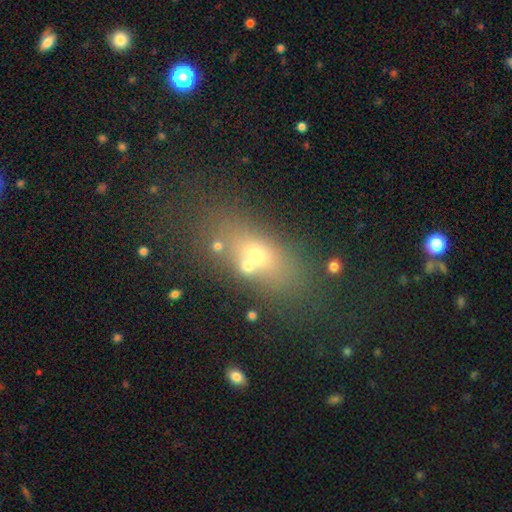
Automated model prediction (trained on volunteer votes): This appears to be a smooth galaxy with no disk features (59%) that is in between round and cigar-shaped (71%). Merging: none (56%).